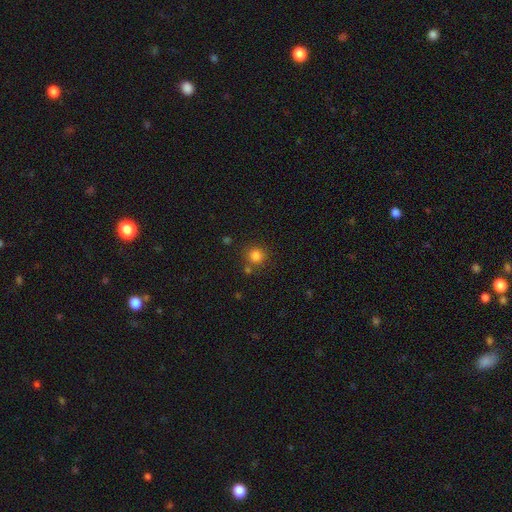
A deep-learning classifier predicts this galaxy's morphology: This is clearly a smooth galaxy (82%). How rounded: clearly round (93%). Merging: likely none (78%).